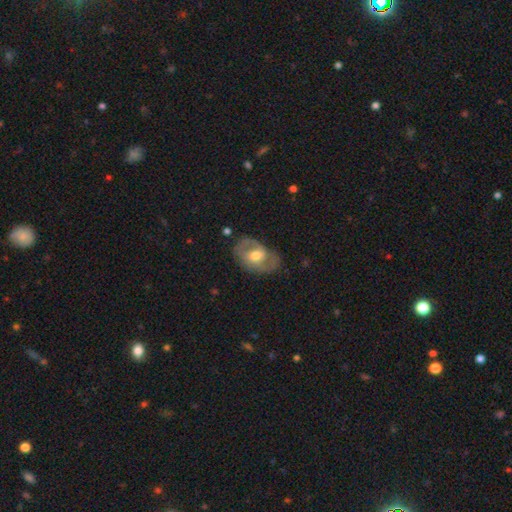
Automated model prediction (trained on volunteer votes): A featured or disk galaxy (65%) with a weak bar (42%, tied with no), spiral arms (68%) and a moderate central bulge (69%). Merging: none (69%).